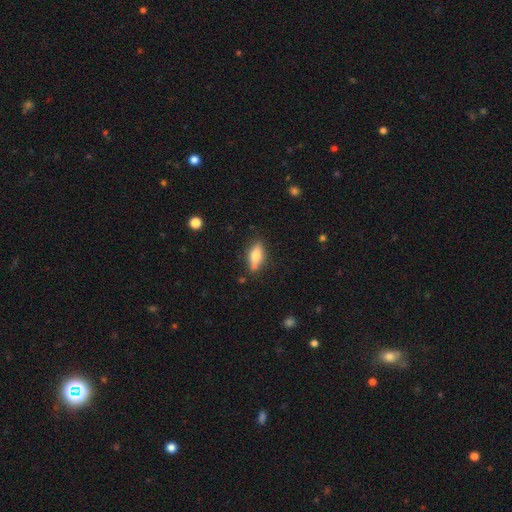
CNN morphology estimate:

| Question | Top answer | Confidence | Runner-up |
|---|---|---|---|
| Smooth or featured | smooth | 68% | featured or disk (24%) |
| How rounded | in between | 73% | cigar-shaped (23%) |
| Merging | none | 76% | minor disturbance (15%) |